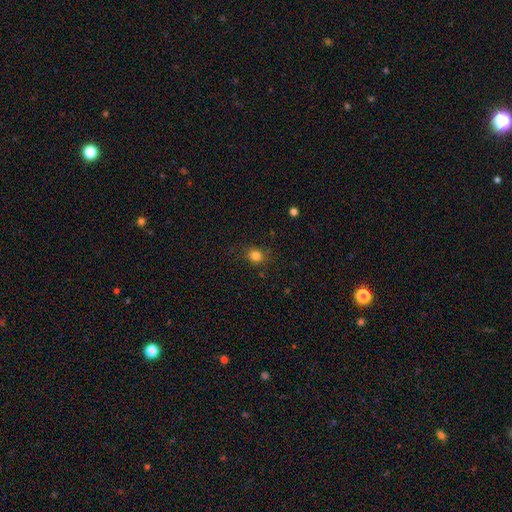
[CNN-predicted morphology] Smooth or featured? Predicted: smooth (p=0.82). How rounded? Predicted: round (p=0.73). Merging? Predicted: none (p=0.84).